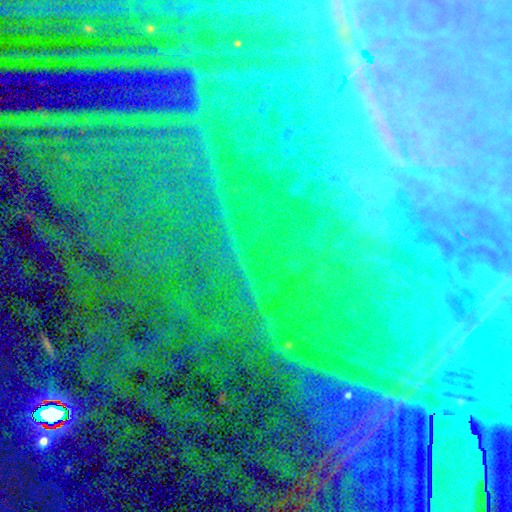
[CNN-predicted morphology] A star or artifact, not a galaxy (84%).

Vote fractions:
- Smooth or featured? star or artifact: 84% / featured or disk: 9% / smooth: 7%